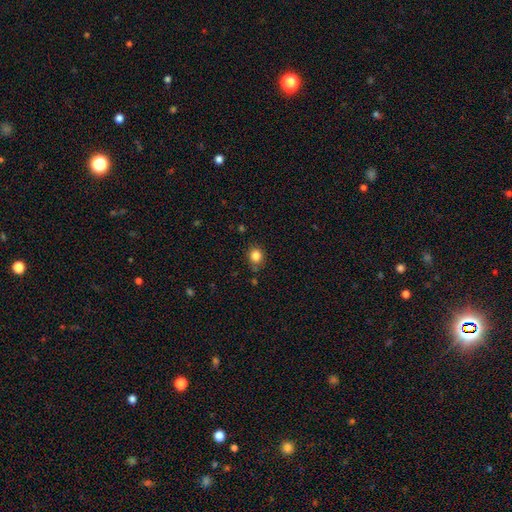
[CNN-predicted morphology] This appears to be a smooth galaxy with no disk features (84%) that is round (75%). Merging: none (78%).